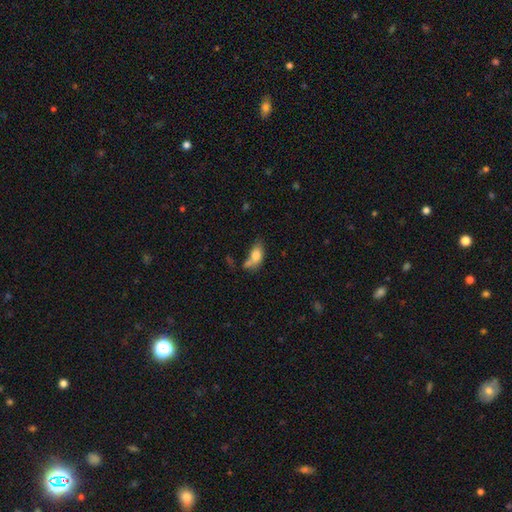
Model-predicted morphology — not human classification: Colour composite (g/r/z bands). It shows a smooth galaxy with no disk features (78%) that is in between round and cigar-shaped (87%). Merging: none (38%).